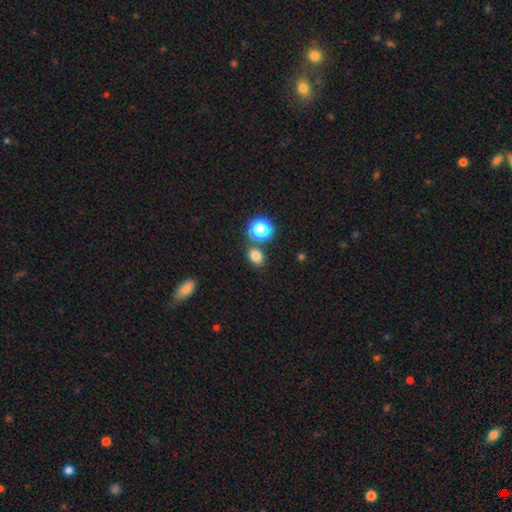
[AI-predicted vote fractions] A smooth galaxy with no disk features (77%) that is in between round and cigar-shaped (55%).

Vote fractions:
- Smooth or featured? smooth: 77% / star or artifact: 17% / featured or disk: 6%
- How rounded? in between: 55% / round: 44% / cigar-shaped: 1%
- Merging? none: 76% / merger: 11% / minor disturbance: 10% / major disturbance: 3%